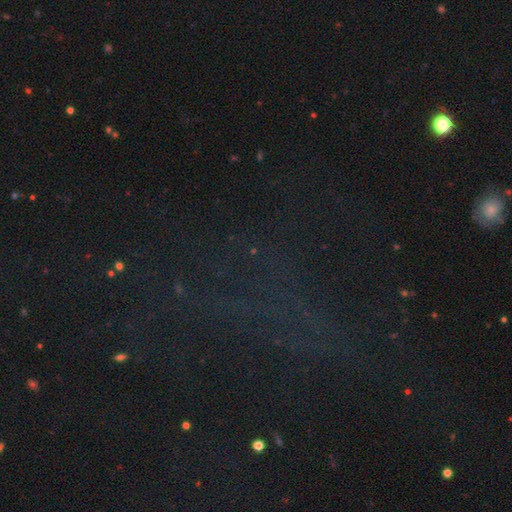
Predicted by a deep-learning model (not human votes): A star or artifact, not a galaxy (69%).

Vote fractions:
- Smooth or featured? star or artifact: 69% / smooth: 19% / featured or disk: 12%